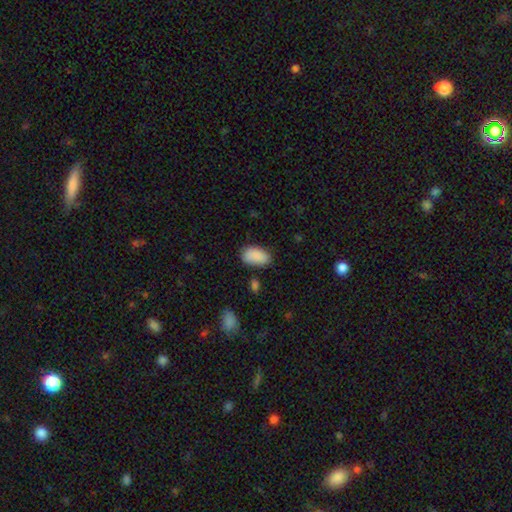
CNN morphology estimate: Smooth or featured: smooth — 89% (star or artifact — 7%)
How rounded: in between — 93% (round — 5%)
Merging: none — 74% (minor disturbance — 19%)